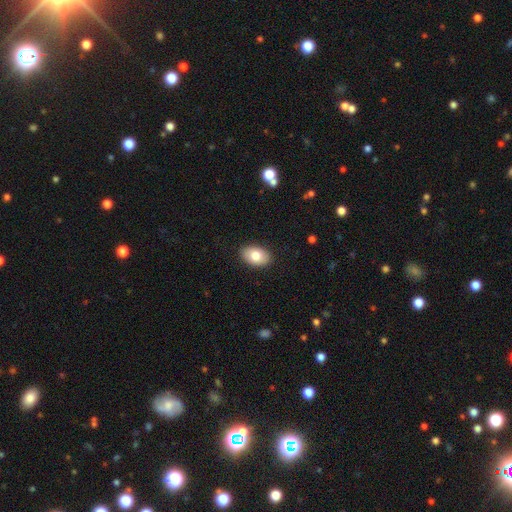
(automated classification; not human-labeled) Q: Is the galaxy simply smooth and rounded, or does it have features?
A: smooth — 80%.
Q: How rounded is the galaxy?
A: in between — 89%.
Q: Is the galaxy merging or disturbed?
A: none — 89%.